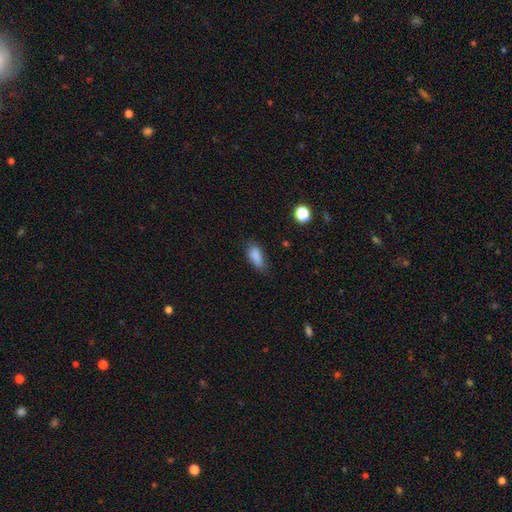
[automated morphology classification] Smooth or featured? Predicted: smooth (p=0.85). How rounded? Predicted: in between (p=0.82). Merging? Predicted: none (p=0.63).